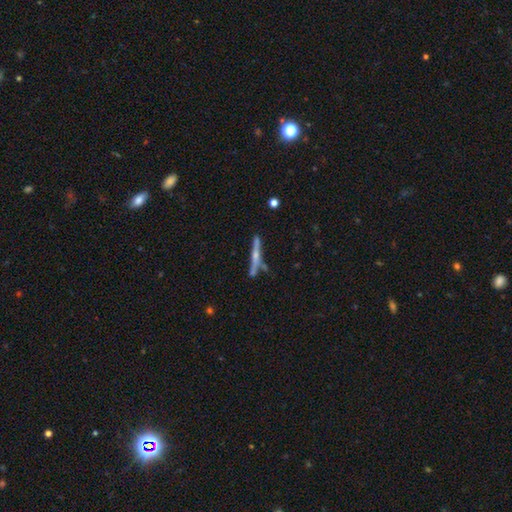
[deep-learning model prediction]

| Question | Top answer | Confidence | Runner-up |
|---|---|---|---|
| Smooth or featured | featured or disk | 63% | smooth (30%) |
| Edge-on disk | yes | 97% | no (3%) |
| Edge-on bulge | rounded | 79% | none (15%) |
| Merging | none | 76% | minor disturbance (13%) |